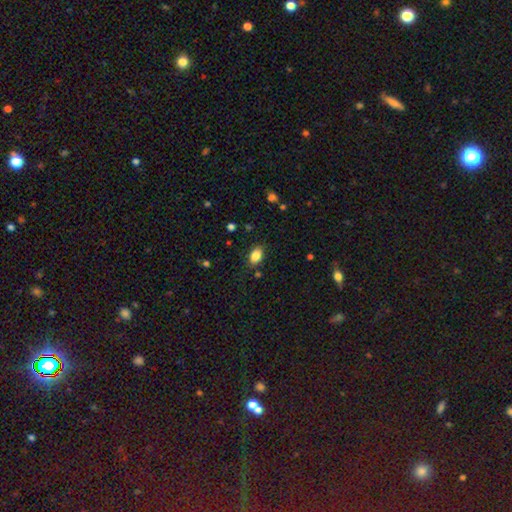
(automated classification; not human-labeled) This is clearly a smooth galaxy (86%). How rounded: clearly in between (87%). Merging: clearly none (84%).